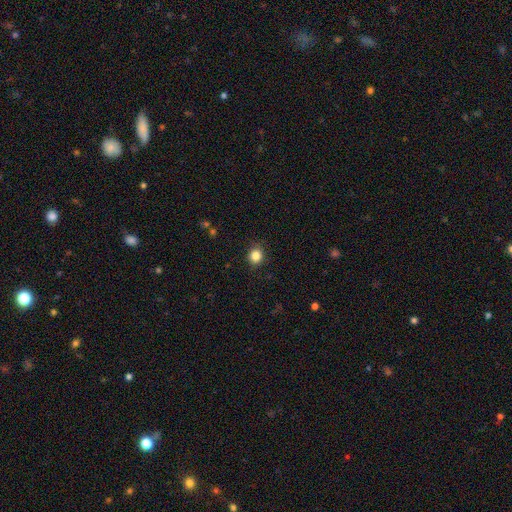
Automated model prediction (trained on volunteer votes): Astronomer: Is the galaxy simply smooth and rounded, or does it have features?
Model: smooth — 84%.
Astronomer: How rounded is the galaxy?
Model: round — 85%.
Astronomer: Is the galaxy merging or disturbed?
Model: none — 89%.